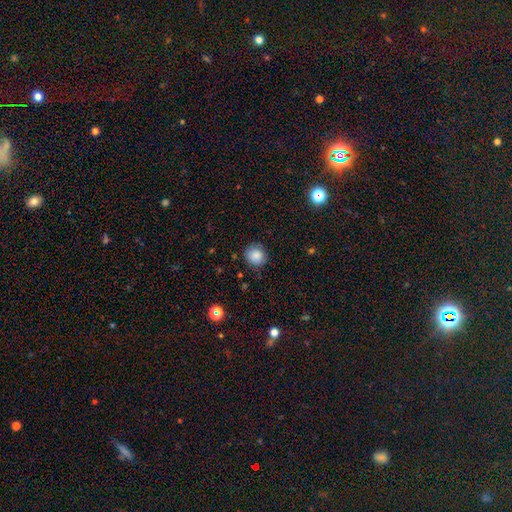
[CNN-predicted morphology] A smooth galaxy with no disk features (84%) that is round (89%). Merging: none (83%).